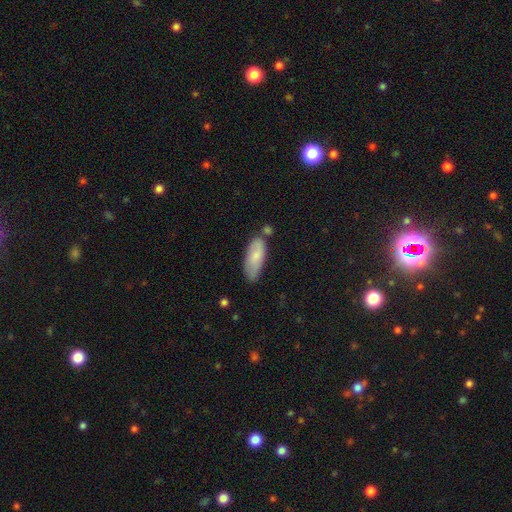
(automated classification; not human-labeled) A smooth galaxy with no disk features (79%) that is in between round and cigar-shaped (73%).

Vote fractions:
- Smooth or featured? smooth: 79% / featured or disk: 15% / star or artifact: 6%
- How rounded? in between: 73% / cigar-shaped: 25% / round: 2%
- Merging? none: 61% / minor disturbance: 23% / merger: 11% / major disturbance: 5%